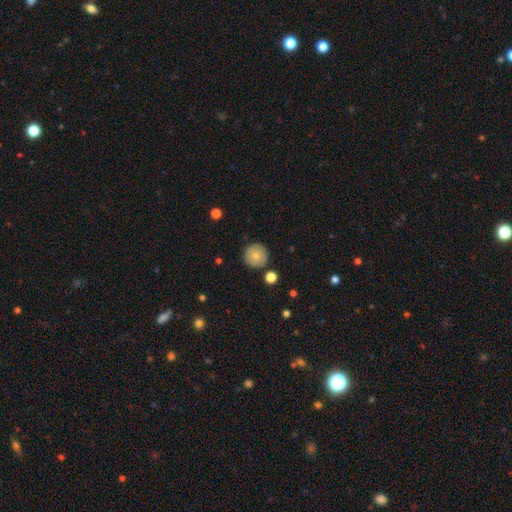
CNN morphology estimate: Smooth or featured?
  - smooth: 77% *
  - featured or disk: 15%
  - star or artifact: 9%
How rounded?
  - round: 96% *
  - in between: 3%
  - cigar-shaped: 1%
Merging?
  - none: 90% *
  - minor disturbance: 6%
  - merger: 2%
  - major disturbance: 2%